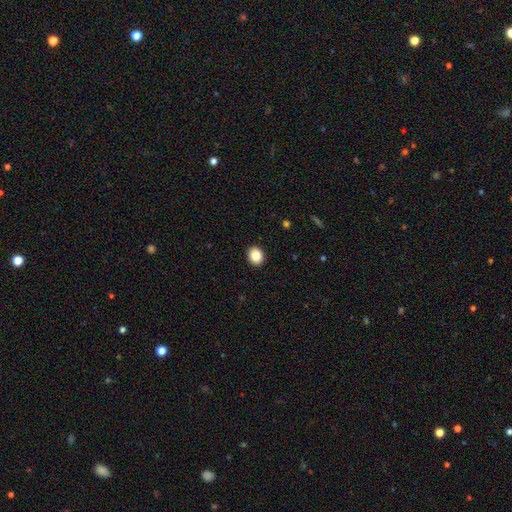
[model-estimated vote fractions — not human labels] The model was most divided on "how rounded": round: 69%, in between: 30%, cigar-shaped: 1%. More confident: merging — none (92%); smooth or featured — smooth (85%).